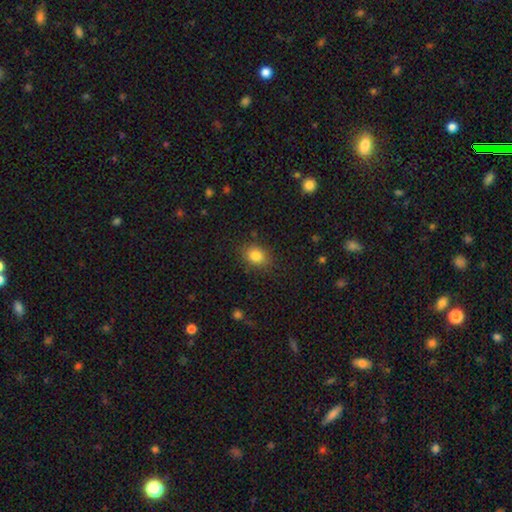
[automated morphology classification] Q: Smooth or featured?
A: smooth (83%); runner-up: star or artifact (10%)
Q: How rounded?
A: in between (58%); runner-up: round (41%)
Q: Merging?
A: none (83%); runner-up: minor disturbance (12%)